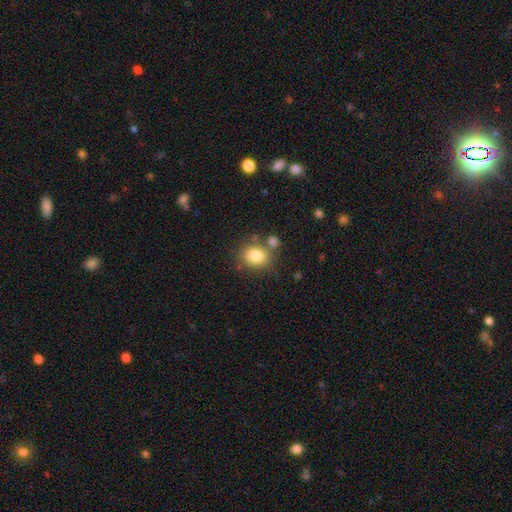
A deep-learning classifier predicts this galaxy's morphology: A smooth galaxy with no disk features (82%) that is round (56%).

Vote fractions:
- Smooth or featured? smooth: 82% / star or artifact: 10% / featured or disk: 9%
- How rounded? round: 56% / in between: 43% / cigar-shaped: 1%
- Merging? none: 68% / merger: 15% / minor disturbance: 13% / major disturbance: 4%